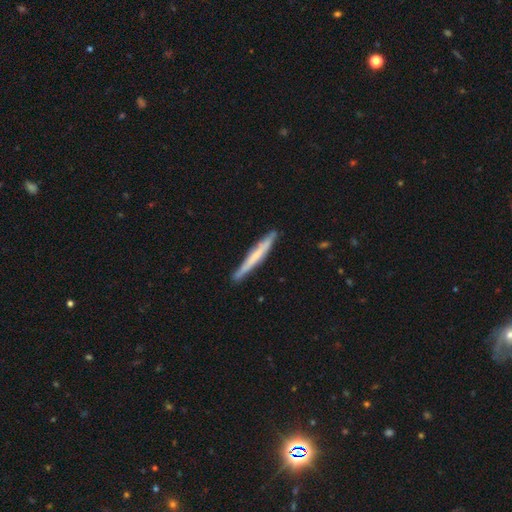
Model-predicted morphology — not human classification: featured or disk 48%, smooth 46%, star or artifact 6%. Down the decision tree: merging — none (86%).